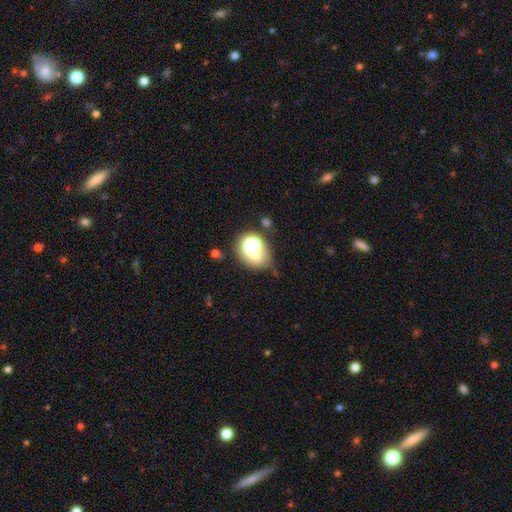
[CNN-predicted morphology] Overall: smooth (58%; star or artifact 23%). How rounded: round (55%; in between 44%). Merging: none (44%; merger 22%).